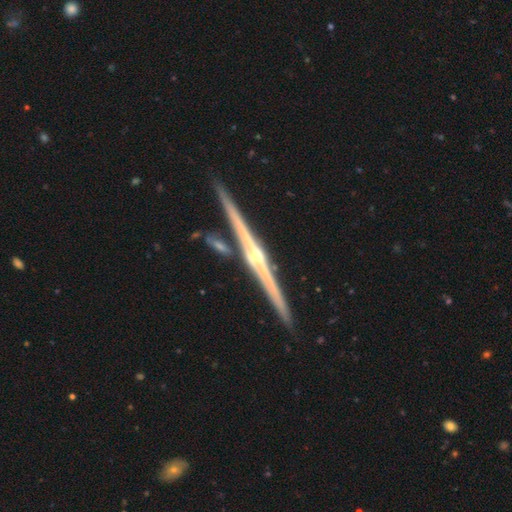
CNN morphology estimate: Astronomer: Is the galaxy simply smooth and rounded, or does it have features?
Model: featured or disk — 88%.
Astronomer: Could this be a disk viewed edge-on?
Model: yes — 99%.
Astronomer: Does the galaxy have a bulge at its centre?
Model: rounded — 87%.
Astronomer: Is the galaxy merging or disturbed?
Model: none — 87%.